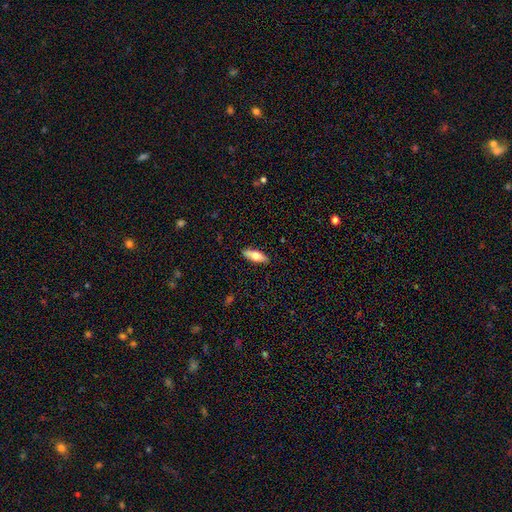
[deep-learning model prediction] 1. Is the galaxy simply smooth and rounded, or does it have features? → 67% smooth, 27% featured or disk, 6% star or artifact.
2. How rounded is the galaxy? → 63% in between, 35% cigar-shaped, 2% round.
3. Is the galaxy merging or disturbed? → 88% none, 9% minor disturbance, 2% major disturbance, 1% merger.